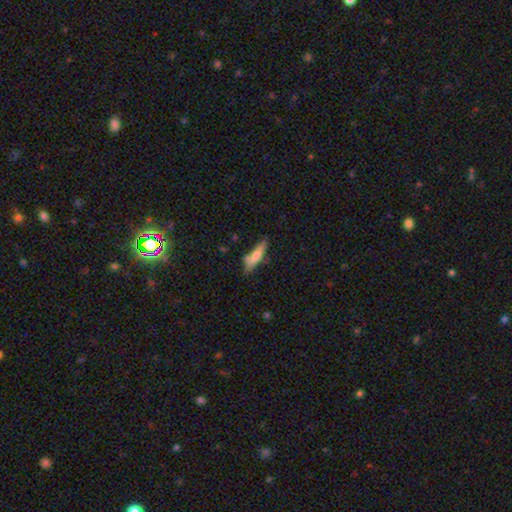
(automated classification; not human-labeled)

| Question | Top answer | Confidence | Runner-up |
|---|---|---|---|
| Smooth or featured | smooth | 70% | featured or disk (24%) |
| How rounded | cigar-shaped | 74% | in between (24%) |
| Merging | none | 60% | minor disturbance (24%) |